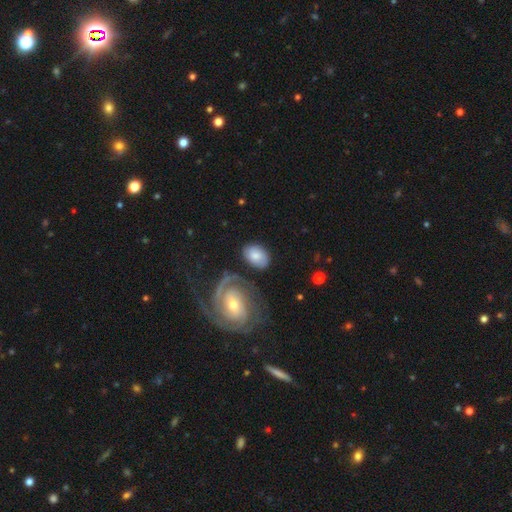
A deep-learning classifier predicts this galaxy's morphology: This appears to be a smooth galaxy with no disk features (66%) that is in between round and cigar-shaped (80%). Merging: none (69%).